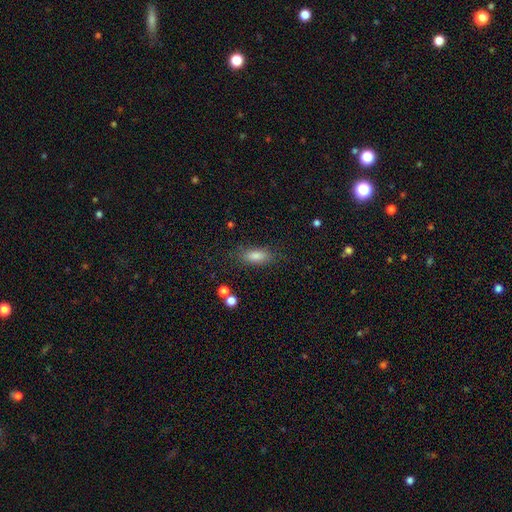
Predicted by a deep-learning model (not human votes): Q: Smooth or featured?
A: smooth (79%); runner-up: star or artifact (11%)
Q: How rounded?
A: in between (79%); runner-up: cigar-shaped (17%)
Q: Merging?
A: none (81%); runner-up: minor disturbance (12%)